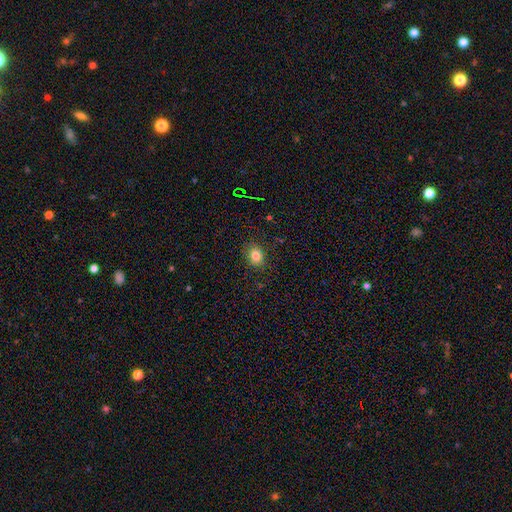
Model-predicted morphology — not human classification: smooth 83%, star or artifact 12%, featured or disk 6%. Down the decision tree: how rounded — in between (52%); merging — none (85%).